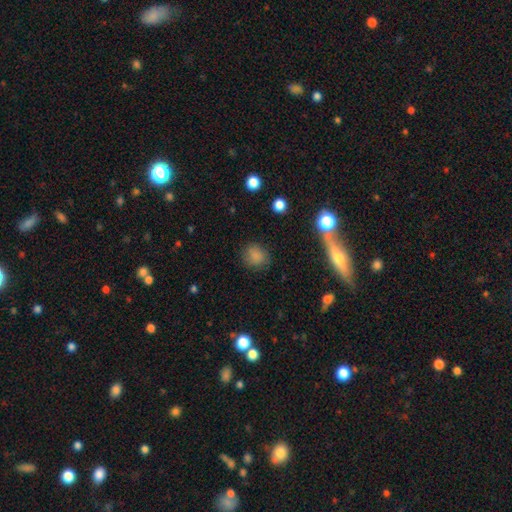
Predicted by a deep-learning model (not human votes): The model was most divided on "how rounded": round: 68%, in between: 30%, cigar-shaped: 1%. More confident: smooth or featured — smooth (81%); merging — none (80%).